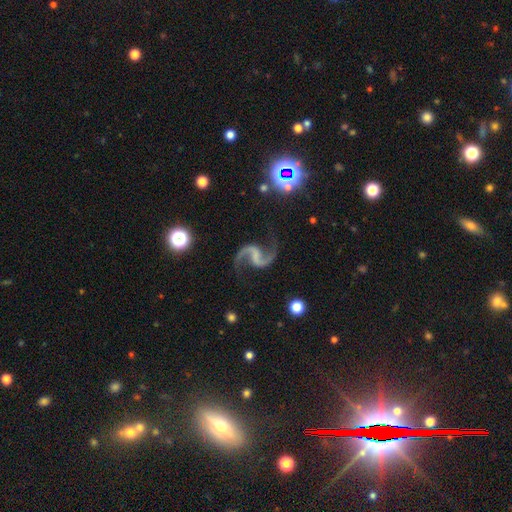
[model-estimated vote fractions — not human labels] smooth-or-featured: featured or disk: 93% | star or artifact: 5% | smooth: 3%
  disk-edge-on: no: 99% | yes: 1%
    bar: weak: 43% | no: 34% | strong: 23%
    has-spiral-arms: yes: 98% | no: 2%
      spiral-winding: loose: 74% | medium: 22% | tight: 3%
      spiral-arm-count: 2: 95% | 1: 1% | can't tell: 1% | 3: 1% | 4: 1% | more than 4: 1%
    bulge-size: none: 67% | small: 20% | moderate: 9% | large: 3% | dominant: 1%
  merging: none: 79% | minor disturbance: 13% | major disturbance: 6% | merger: 2%